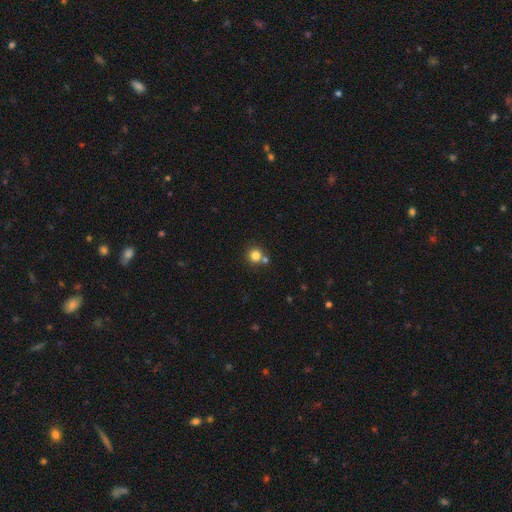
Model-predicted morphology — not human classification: Smooth or featured: smooth — 81% (star or artifact — 12%)
How rounded: round — 92% (in between — 7%)
Merging: none — 69% (merger — 21%)